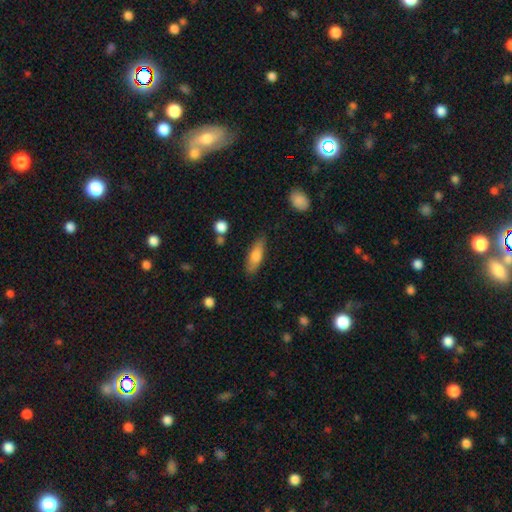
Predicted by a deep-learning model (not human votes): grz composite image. It shows a smooth galaxy with no disk features (72%) that is in between round and cigar-shaped (58%). Merging: none (80%).